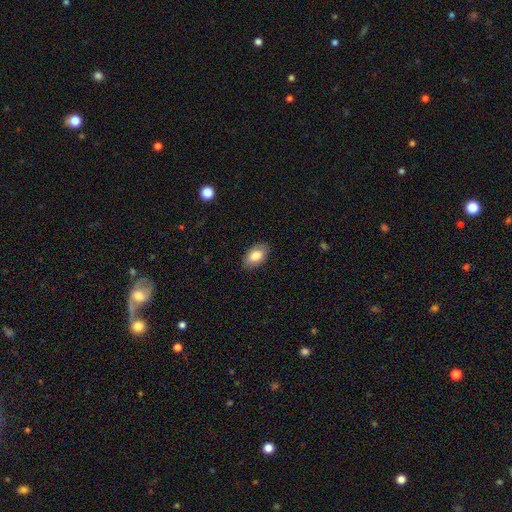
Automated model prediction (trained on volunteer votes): Smooth or featured? Predicted: smooth (p=0.80). How rounded? Predicted: in between (p=0.93). Merging? Predicted: none (p=0.85).